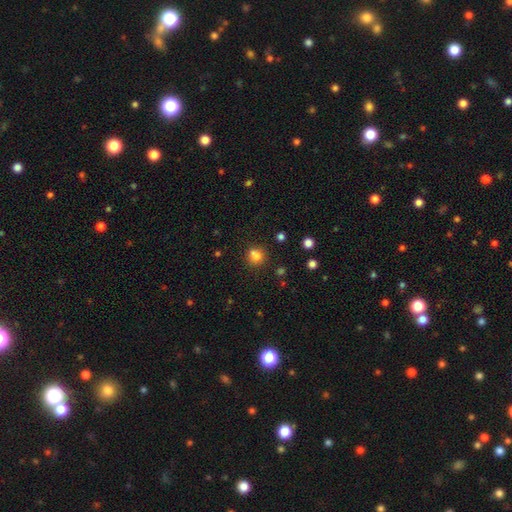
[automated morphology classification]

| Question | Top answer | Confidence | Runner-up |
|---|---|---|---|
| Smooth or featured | smooth | 74% | star or artifact (16%) |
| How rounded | round | 83% | in between (16%) |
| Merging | none | 55% | merger (31%) |